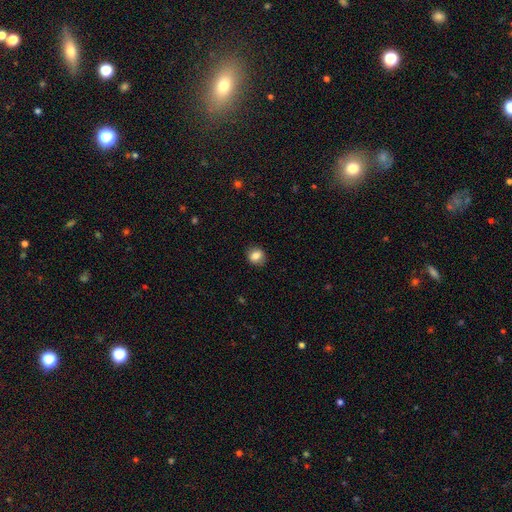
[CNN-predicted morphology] The model was most divided on "how rounded": round: 76%, in between: 23%, cigar-shaped: 1%. More confident: merging — none (88%); smooth or featured — smooth (84%).